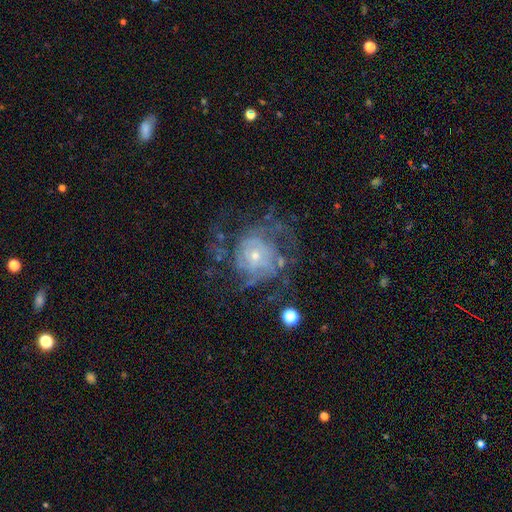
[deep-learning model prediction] Smooth or featured? Predicted: featured or disk (p=0.73). Edge-on disk? Predicted: no (p=0.97). Bar? Predicted: no (p=0.80). Spiral arms? Predicted: yes (p=0.69). Bulge size? Predicted: small (p=0.63). Merging? Predicted: none (p=0.49).